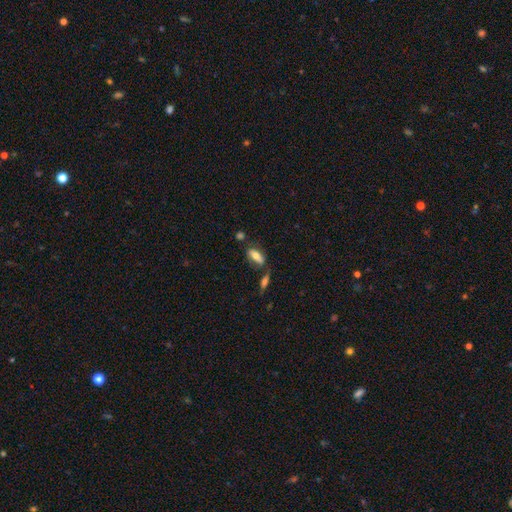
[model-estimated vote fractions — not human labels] This appears to be a smooth galaxy with no disk features (66%) that is in between round and cigar-shaped (79%). Merging: none (64%).